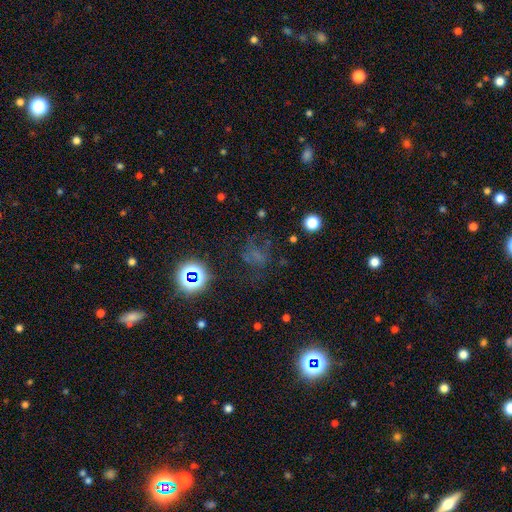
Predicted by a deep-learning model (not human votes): The model was most divided on "smooth or featured": star or artifact: 43%, smooth: 35%, featured or disk: 22%.